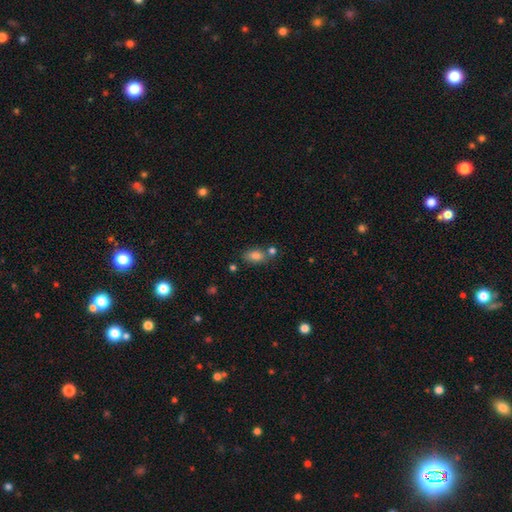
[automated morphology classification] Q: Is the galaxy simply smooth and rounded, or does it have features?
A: smooth — 81%.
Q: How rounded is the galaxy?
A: in between — 83%.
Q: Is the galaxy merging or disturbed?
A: none — 62%.